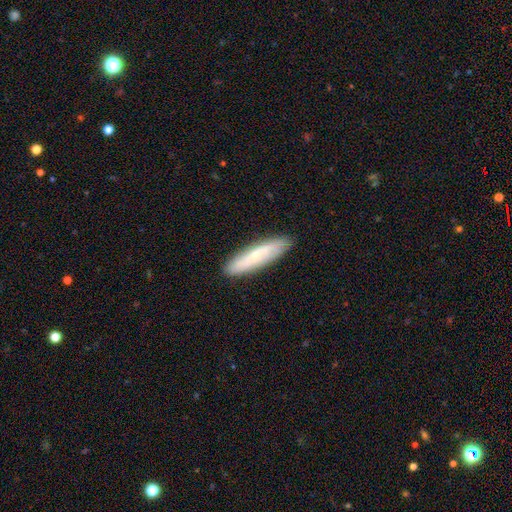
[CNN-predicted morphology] smooth-or-featured: smooth: 50% | featured or disk: 43% | star or artifact: 6%
  how-rounded: cigar-shaped: 76% | in between: 23% | round: 2%
  merging: none: 88% | minor disturbance: 9% | major disturbance: 2% | merger: 1%